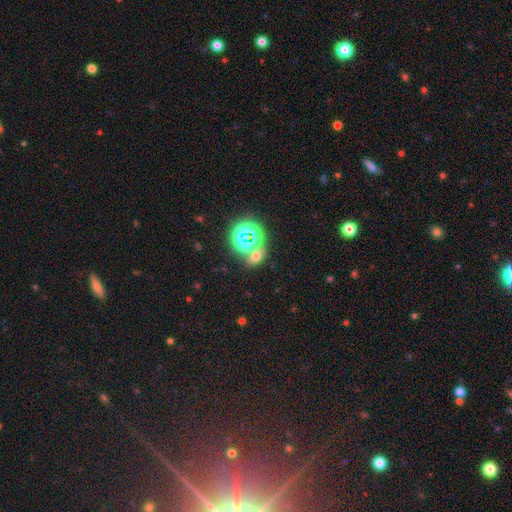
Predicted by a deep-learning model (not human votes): Smooth or featured: smooth — 47% (star or artifact — 44%)
Merging: none — 62% (merger — 24%)